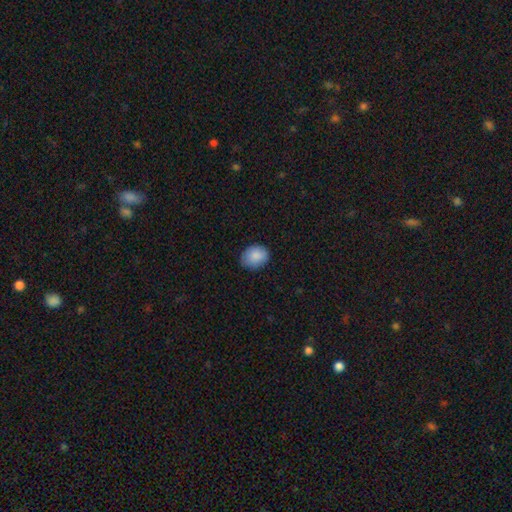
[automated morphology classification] Q: Smooth or featured?
A: smooth (88%); runner-up: star or artifact (7%)
Q: How rounded?
A: in between (55%); runner-up: round (44%)
Q: Merging?
A: none (82%); runner-up: minor disturbance (15%)